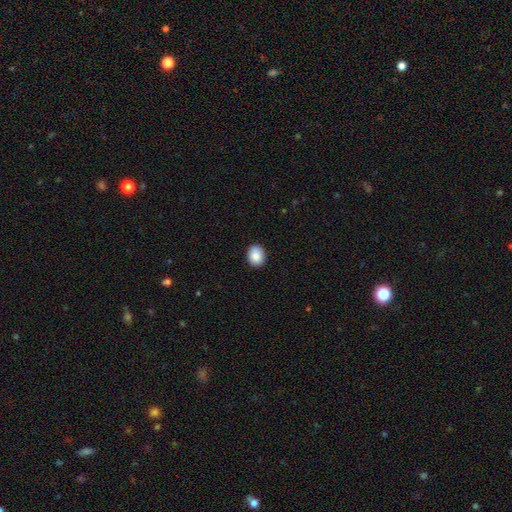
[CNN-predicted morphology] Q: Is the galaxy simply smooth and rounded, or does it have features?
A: smooth — 86%.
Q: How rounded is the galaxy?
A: in between — 53%.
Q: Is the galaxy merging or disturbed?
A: none — 89%.